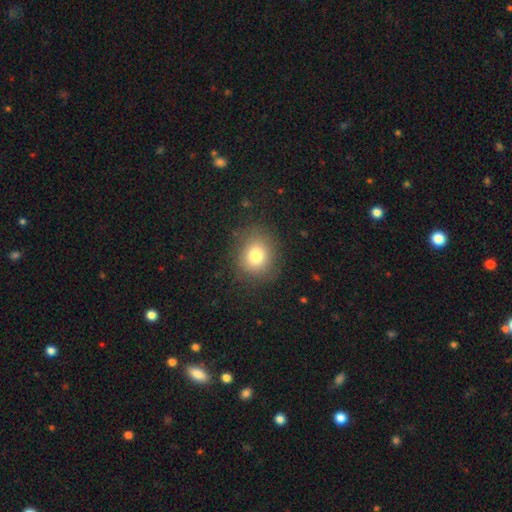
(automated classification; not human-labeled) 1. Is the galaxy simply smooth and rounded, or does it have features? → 79% smooth, 12% star or artifact, 10% featured or disk.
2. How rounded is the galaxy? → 74% round, 25% in between, 1% cigar-shaped.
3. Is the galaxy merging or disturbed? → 83% none, 11% minor disturbance, 5% major disturbance, 1% merger.